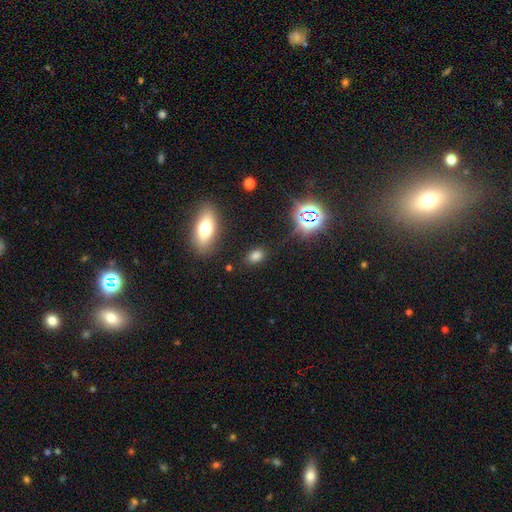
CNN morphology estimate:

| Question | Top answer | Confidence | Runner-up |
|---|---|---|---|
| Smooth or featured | smooth | 72% | star or artifact (22%) |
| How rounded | in between | 78% | round (18%) |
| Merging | none | 83% | minor disturbance (11%) |